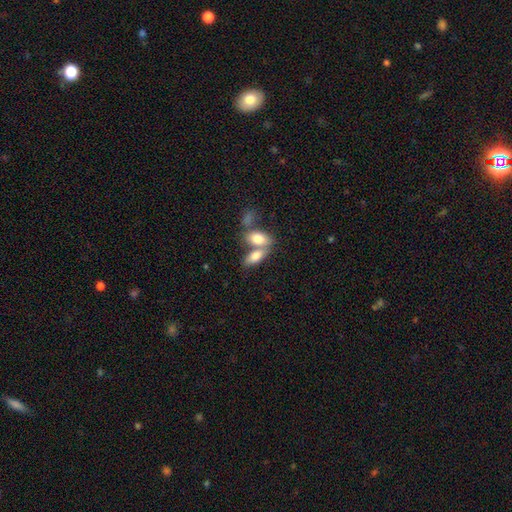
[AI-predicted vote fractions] smooth_or_featured: smooth (p=0.78) [alt: featured or disk p=0.15]
how_rounded: in between (p=0.87) [alt: cigar-shaped p=0.08]
merging: merger (p=0.57) [alt: none p=0.31]